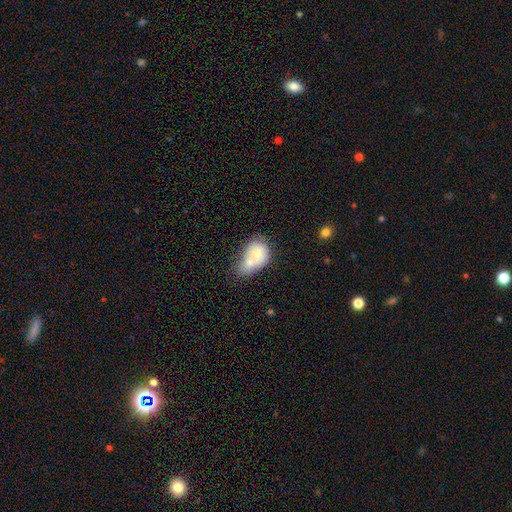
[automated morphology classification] This is likely a smooth galaxy (69%). How rounded: likely in between (70%). Merging: likely merger (61%).